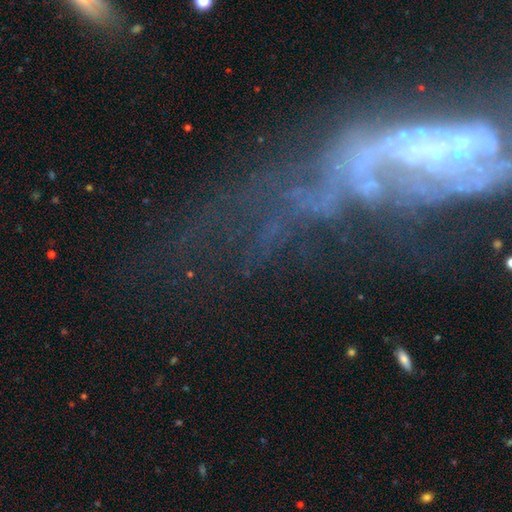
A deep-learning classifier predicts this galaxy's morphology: Overall: featured or disk (59%; star or artifact 25%). Edge-on disk: no (85%). Bar: no (73%). Spiral arms: no (63%; yes 37%). Bulge size: none (55%; small 26%). Merging: major disturbance (40%; none 28%).